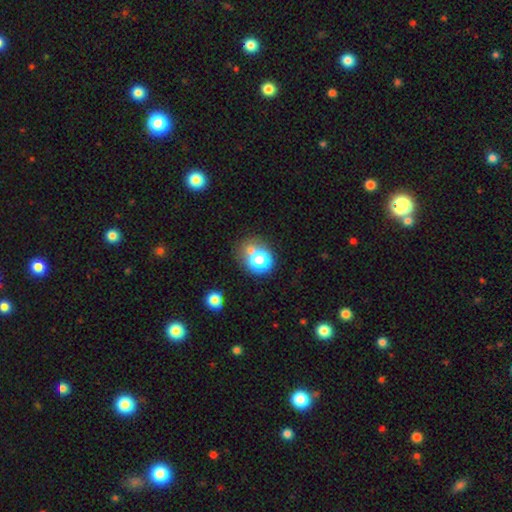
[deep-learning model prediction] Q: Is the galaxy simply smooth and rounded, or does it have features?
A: smooth — 67%.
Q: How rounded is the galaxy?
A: round — 74%.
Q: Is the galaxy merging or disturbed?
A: none — 47%.